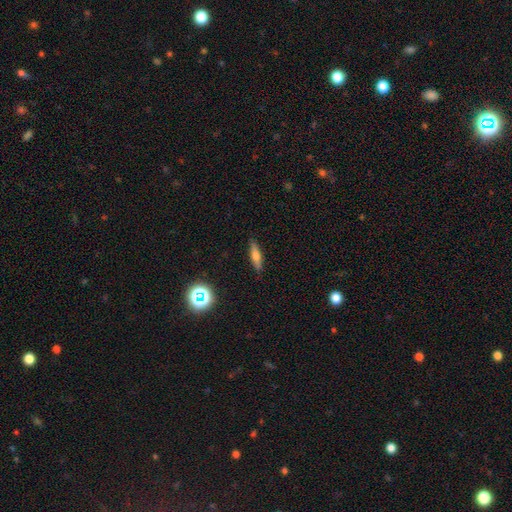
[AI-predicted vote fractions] Smooth or featured: smooth — 61% (featured or disk — 29%)
How rounded: cigar-shaped — 67% (in between — 31%)
Merging: none — 87% (minor disturbance — 10%)